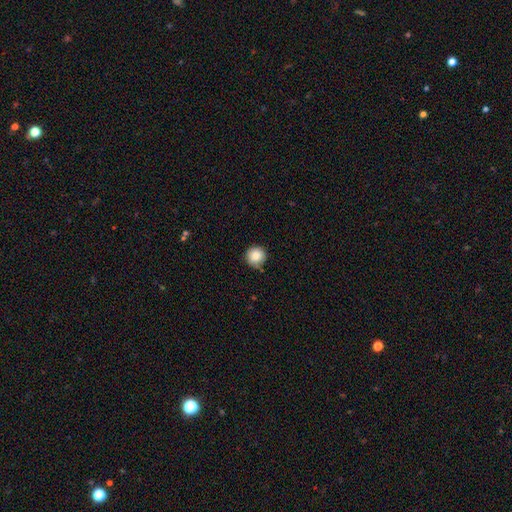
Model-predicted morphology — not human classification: smooth-or-featured: smooth: 87% | star or artifact: 9% | featured or disk: 4%
  how-rounded: round: 94% | in between: 5% | cigar-shaped: 1%
  merging: none: 84% | minor disturbance: 12% | major disturbance: 2% | merger: 2%